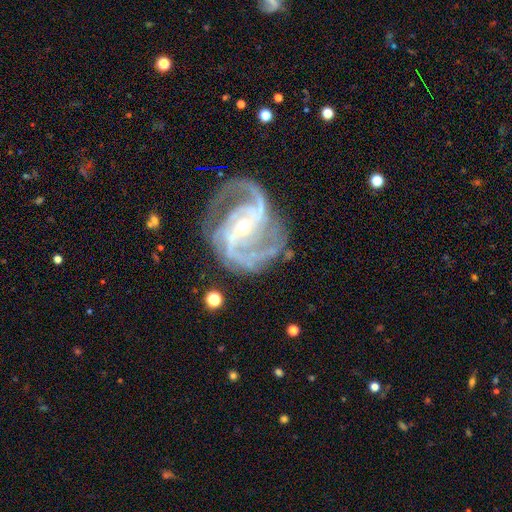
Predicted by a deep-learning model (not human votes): A featured or disk galaxy (93%) with a strong bar (34%, tied with weak), 2 (63%) medium (57%) spiral arms (99%) and a small central bulge (67%).

Vote fractions:
- Smooth or featured? featured or disk: 93% / star or artifact: 5% / smooth: 2%
- Edge-on disk? no: 98% / yes: 2%
- Bar? strong: 34% (tied) / weak: 34% (tied) / no: 31%
- Spiral arms? yes: 99% / no: 1%
- Spiral winding? medium: 57% / tight: 29% / loose: 14%
- Spiral arm count? 2: 63% / 3: 20% / can't tell: 5% / 4: 5% / 1: 4% / more than 4: 4%
- Bulge size? small: 67% / moderate: 30% / large: 1% / none: 1% / dominant: 1%
- Merging? none: 70% / minor disturbance: 17% / major disturbance: 10% / merger: 2%